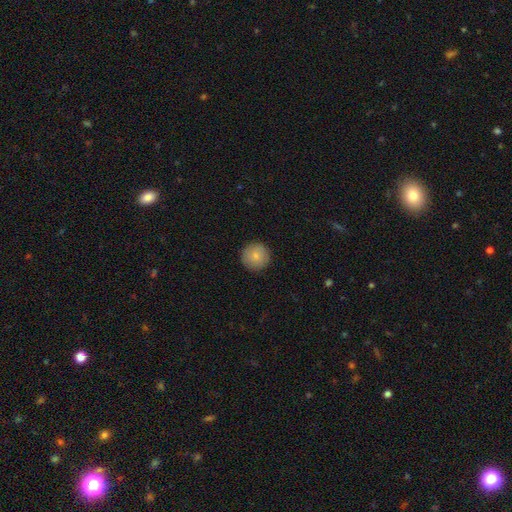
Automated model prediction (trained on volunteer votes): A smooth galaxy with no disk features (84%) that is round (96%). Merging: none (90%).